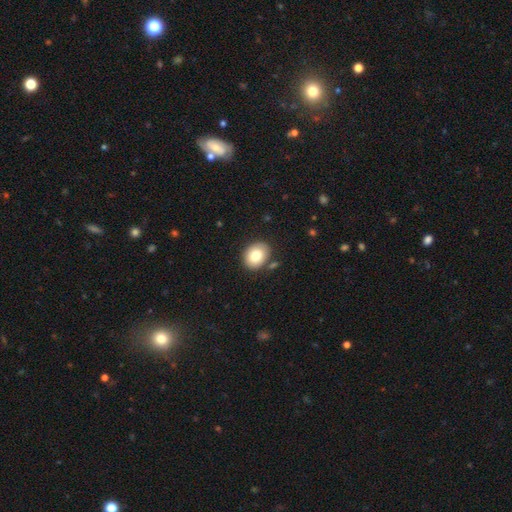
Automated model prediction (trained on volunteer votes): Smooth or featured?
  - smooth: 81% *
  - featured or disk: 11%
  - star or artifact: 8%
How rounded?
  - in between: 53% *
  - round: 46%
  - cigar-shaped: 1%
Merging?
  - none: 82% *
  - minor disturbance: 10%
  - merger: 5%
  - major disturbance: 3%